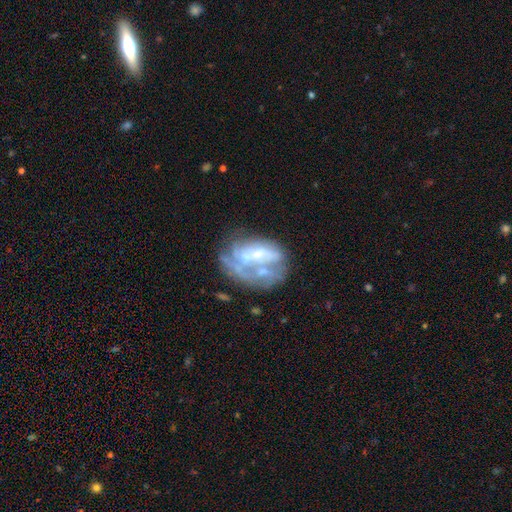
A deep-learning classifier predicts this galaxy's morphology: Smooth or featured? featured or disk (68%)
Edge-on disk? no (97%)
Bar? no (74%)
Spiral arms? no (68%)
Bulge size? small (42%)
Merging? none (36%)